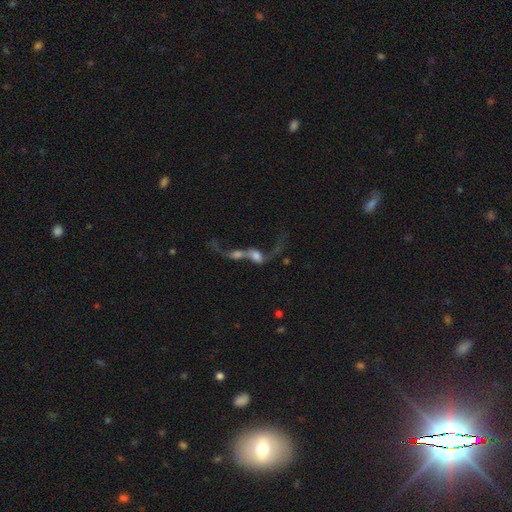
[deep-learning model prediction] A featured or disk galaxy (55%).

Vote fractions:
- Smooth or featured? featured or disk: 55% / smooth: 33% / star or artifact: 12%
- Edge-on disk? no: 89% / yes: 11%
- Merging? merger: 82% / major disturbance: 9% / none: 6% / minor disturbance: 3%